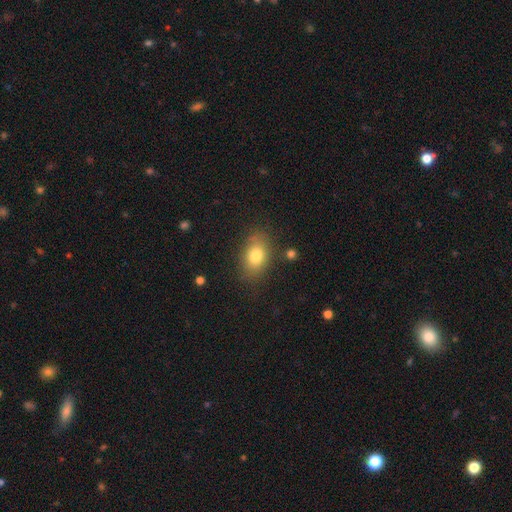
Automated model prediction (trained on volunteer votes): Smooth or featured? smooth (78%)
How rounded? in between (82%)
Merging? none (79%)